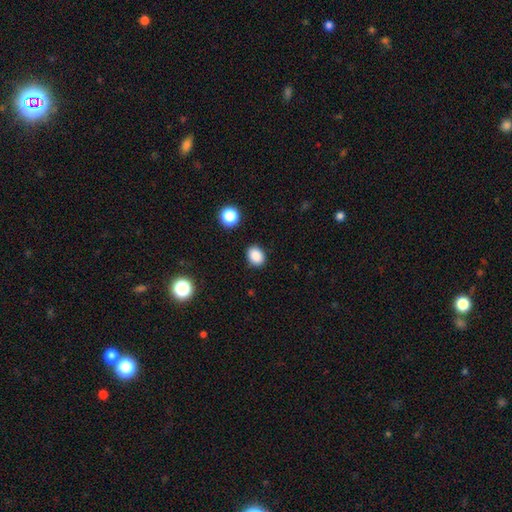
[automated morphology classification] Smooth or featured?
  - smooth: 87% *
  - star or artifact: 10%
  - featured or disk: 3%
How rounded?
  - in between: 54% *
  - round: 45%
  - cigar-shaped: 1%
Merging?
  - none: 88% *
  - minor disturbance: 8%
  - major disturbance: 2%
  - merger: 2%